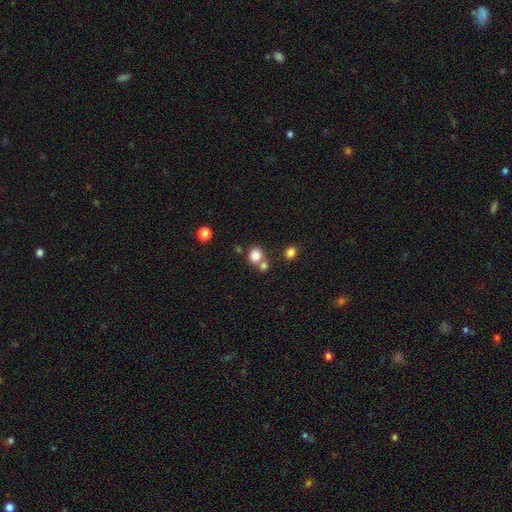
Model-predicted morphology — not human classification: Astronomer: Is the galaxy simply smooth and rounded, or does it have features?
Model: smooth — 82%.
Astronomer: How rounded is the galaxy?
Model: round — 68%.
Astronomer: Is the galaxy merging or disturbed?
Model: none — 56% (runner-up: merger, 31%).